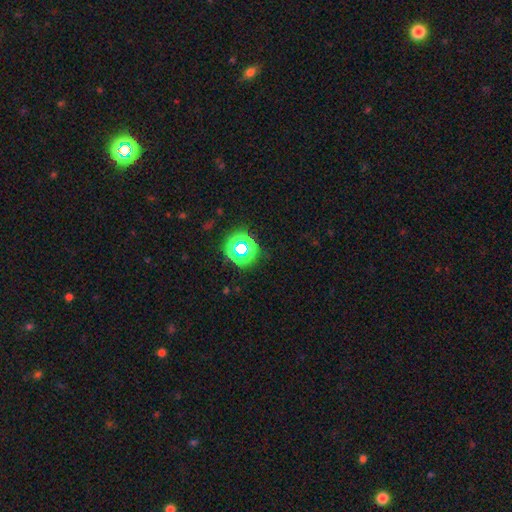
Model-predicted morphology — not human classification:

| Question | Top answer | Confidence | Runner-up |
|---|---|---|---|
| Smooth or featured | star or artifact | 47% | tied: smooth (47%) |